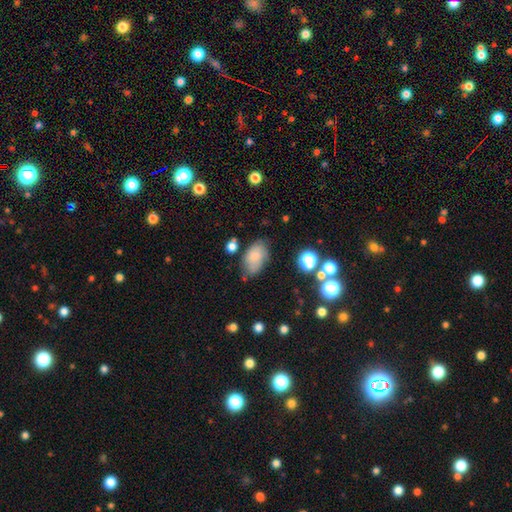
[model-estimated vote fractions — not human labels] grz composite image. It shows a smooth galaxy with no disk features (74%) that is in between round and cigar-shaped (91%). Merging: none (63%).